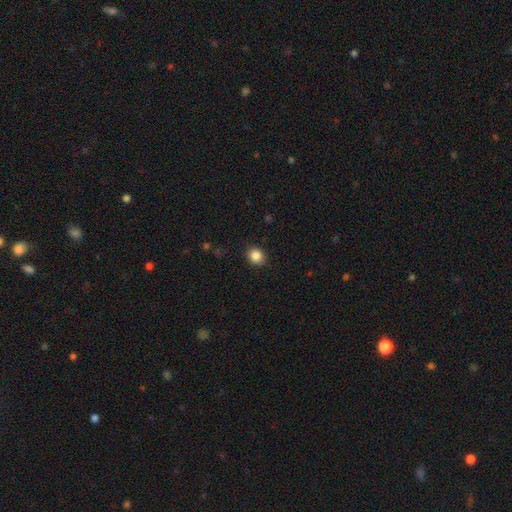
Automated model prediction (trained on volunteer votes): smooth-or-featured: smooth: 86% | star or artifact: 10% | featured or disk: 4%
  how-rounded: round: 66% | in between: 33% | cigar-shaped: 1%
  merging: none: 88% | minor disturbance: 9% | major disturbance: 2% | merger: 1%